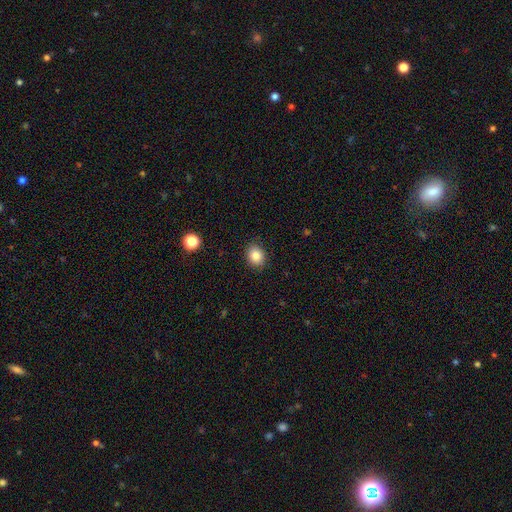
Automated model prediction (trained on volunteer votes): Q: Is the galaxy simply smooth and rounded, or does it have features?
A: smooth — 85%.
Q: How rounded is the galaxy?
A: round — 58%.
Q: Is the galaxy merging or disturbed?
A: none — 88%.